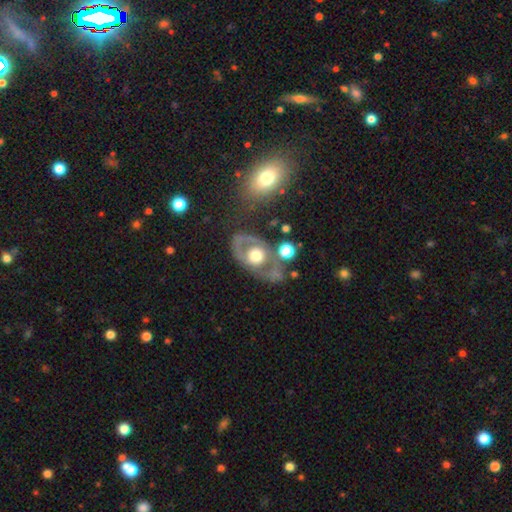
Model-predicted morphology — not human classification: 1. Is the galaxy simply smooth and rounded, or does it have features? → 63% featured or disk, 30% smooth, 7% star or artifact.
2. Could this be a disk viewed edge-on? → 92% no, 8% yes.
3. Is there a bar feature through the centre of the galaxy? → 86% no, 11% weak, 4% strong.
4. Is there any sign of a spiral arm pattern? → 72% no, 28% yes.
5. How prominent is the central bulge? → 47% moderate, 42% large, 5% small, 5% dominant, 2% none.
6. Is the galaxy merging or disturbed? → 54% none, 19% minor disturbance, 16% major disturbance, 11% merger.